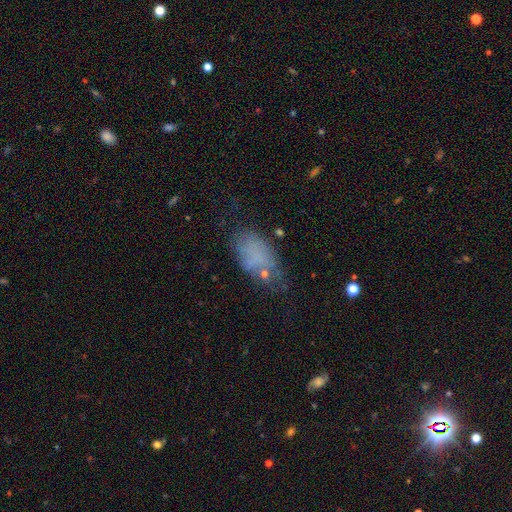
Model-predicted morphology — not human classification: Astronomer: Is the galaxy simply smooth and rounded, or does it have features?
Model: smooth — 63%.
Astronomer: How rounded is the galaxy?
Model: in between — 90%.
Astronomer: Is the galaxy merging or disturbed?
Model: none — 46% (runner-up: minor disturbance, 28%).